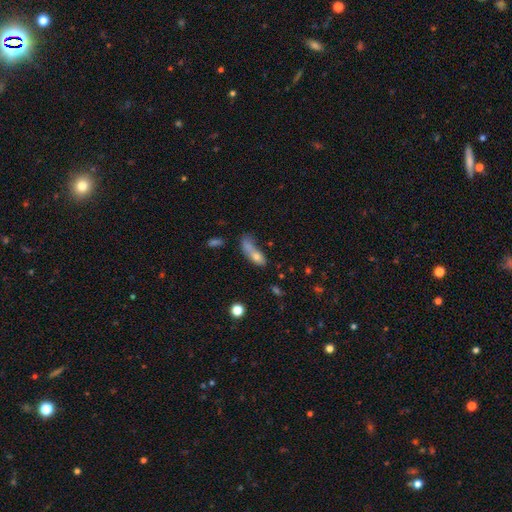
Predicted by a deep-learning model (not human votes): Smooth or featured? Predicted: smooth (p=0.62). How rounded? Predicted: in between (p=0.50). Merging? Predicted: merger (p=0.36).